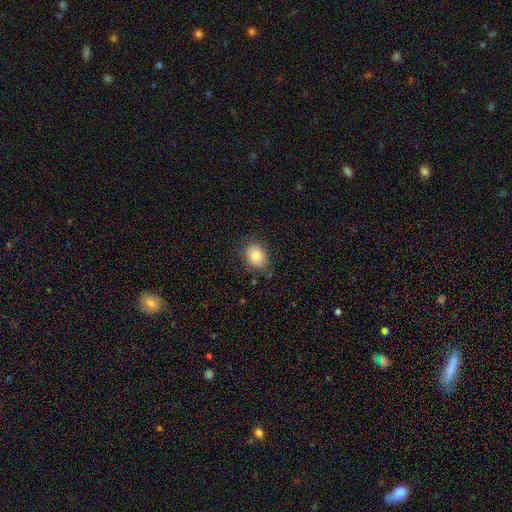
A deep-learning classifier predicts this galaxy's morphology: smooth 81%, featured or disk 10%, star or artifact 9%. Down the decision tree: how rounded — in between (59%); merging — none (79%).